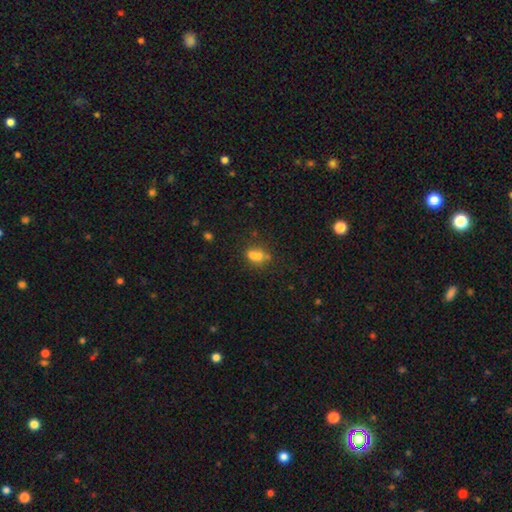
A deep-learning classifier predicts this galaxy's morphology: Smooth or featured? Predicted: smooth (p=0.63). How rounded? Predicted: round (p=0.55). Merging? Predicted: merger (p=0.53).